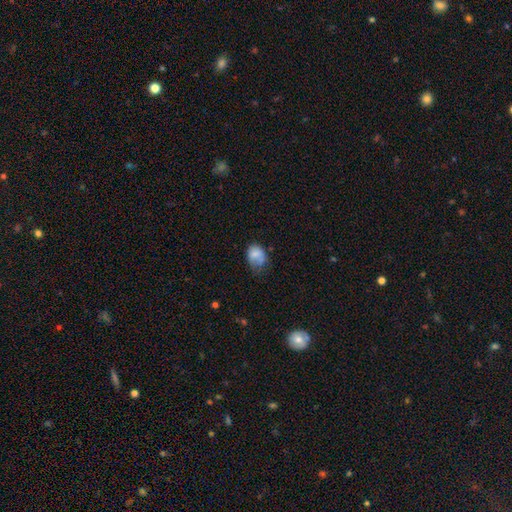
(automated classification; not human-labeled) Smooth or featured: smooth — 76% (featured or disk — 15%)
How rounded: in between — 65% (round — 34%)
Merging: minor disturbance — 40% (none — 38%)